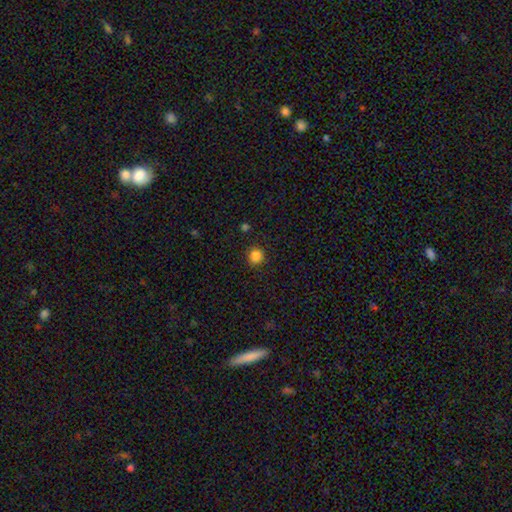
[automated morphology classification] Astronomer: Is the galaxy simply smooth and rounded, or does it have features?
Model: smooth — 85%.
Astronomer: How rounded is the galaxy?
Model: round — 93%.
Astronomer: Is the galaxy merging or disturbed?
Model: none — 91%.